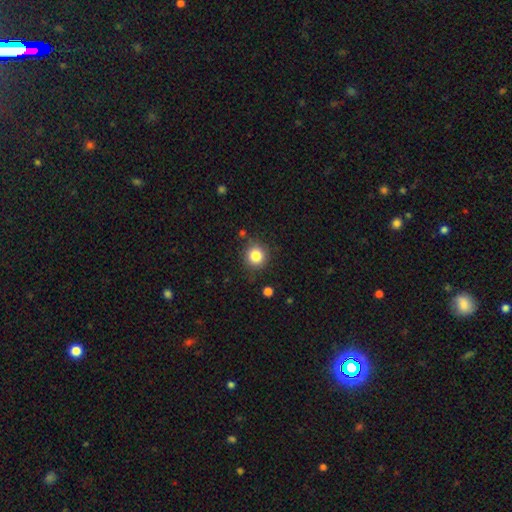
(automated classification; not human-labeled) Smooth or featured?
  - smooth: 83% *
  - star or artifact: 11%
  - featured or disk: 6%
How rounded?
  - round: 91% *
  - in between: 8%
  - cigar-shaped: 1%
Merging?
  - none: 85% *
  - minor disturbance: 9%
  - major disturbance: 3%
  - merger: 3%